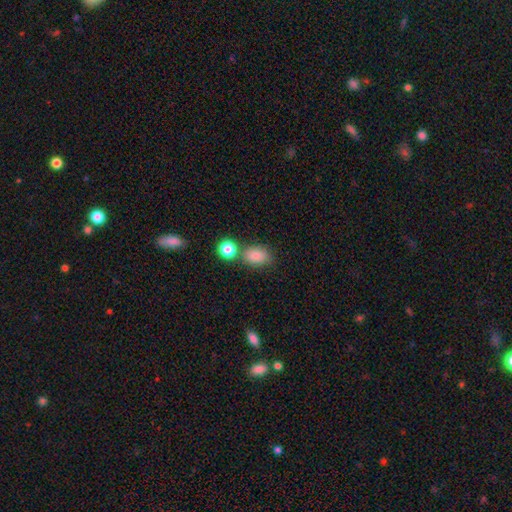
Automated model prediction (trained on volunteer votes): Q: Smooth or featured?
A: smooth (83%); runner-up: star or artifact (11%)
Q: How rounded?
A: in between (76%); runner-up: round (22%)
Q: Merging?
A: none (65%); runner-up: merger (16%)